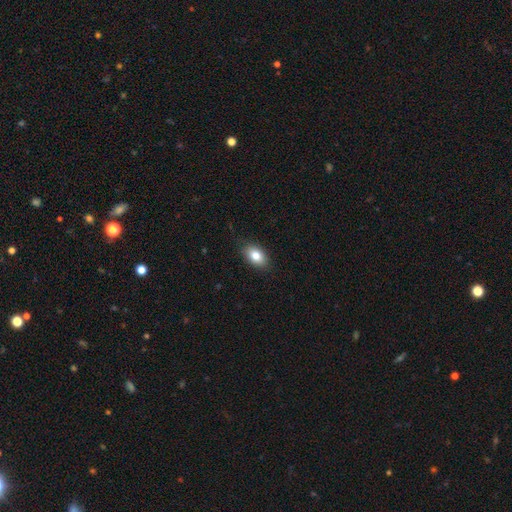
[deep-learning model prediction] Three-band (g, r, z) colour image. It shows a smooth galaxy with no disk features (82%) that is in between round and cigar-shaped (88%). Merging: none (85%).